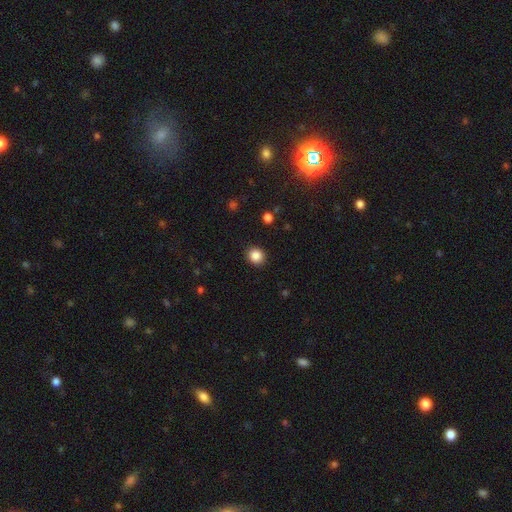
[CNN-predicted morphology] smooth_or_featured: smooth (p=0.86) [alt: star or artifact p=0.10]
how_rounded: round (p=0.81) [alt: in between p=0.18]
merging: none (p=0.91) [alt: minor disturbance p=0.06]